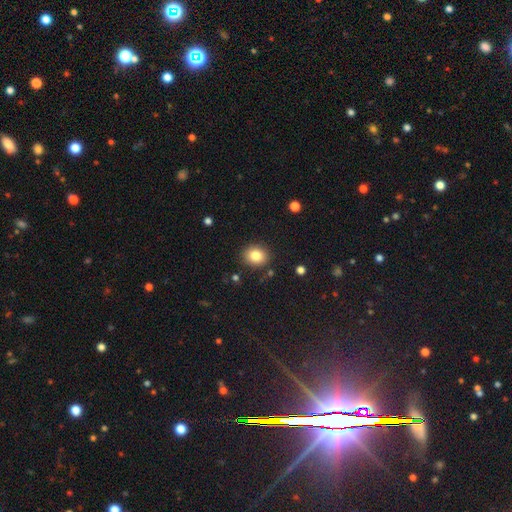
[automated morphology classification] Q: Smooth or featured?
A: smooth (83%); runner-up: star or artifact (10%)
Q: How rounded?
A: round (65%); runner-up: in between (34%)
Q: Merging?
A: none (87%); runner-up: minor disturbance (8%)